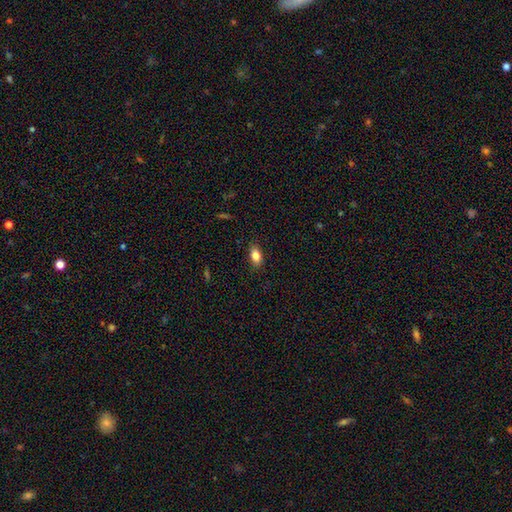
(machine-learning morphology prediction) Smooth or featured?
  - smooth: 85% *
  - star or artifact: 9%
  - featured or disk: 7%
How rounded?
  - in between: 88% *
  - round: 8%
  - cigar-shaped: 4%
Merging?
  - none: 86% *
  - minor disturbance: 11%
  - major disturbance: 2%
  - merger: 1%